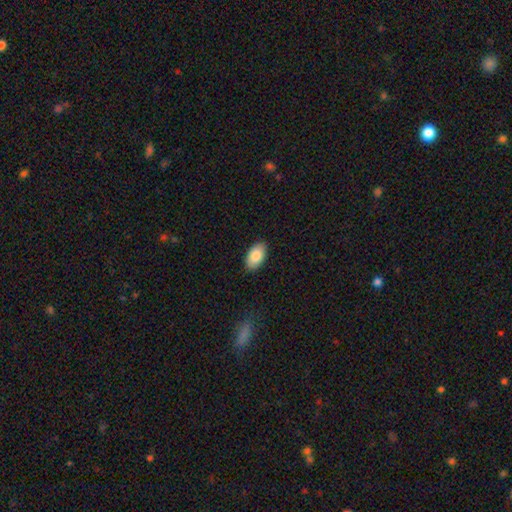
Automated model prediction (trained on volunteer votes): This appears to be a smooth galaxy with no disk features (85%) that is in between round and cigar-shaped (95%). Merging: none (89%).